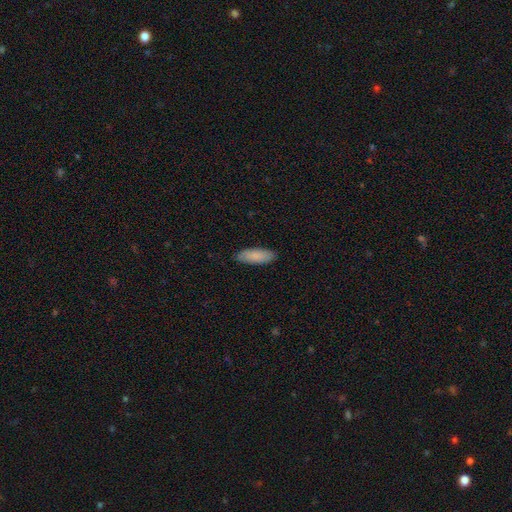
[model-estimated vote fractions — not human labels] Smooth or featured? Predicted: smooth (p=0.87). How rounded? Predicted: in between (p=0.65). Merging? Predicted: none (p=0.88).